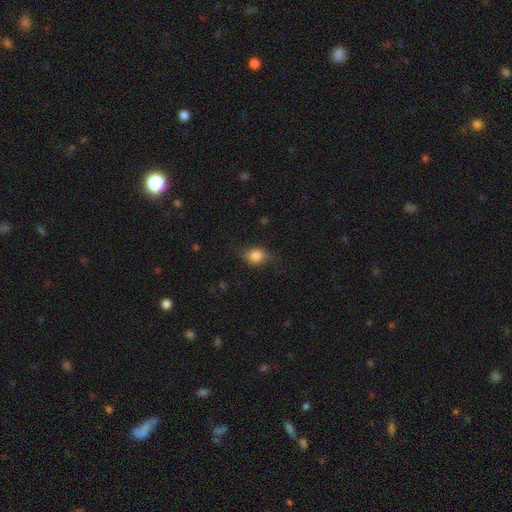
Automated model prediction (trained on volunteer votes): Smooth or featured? Predicted: smooth (p=0.76). How rounded? Predicted: in between (p=0.49, tied with round). Merging? Predicted: none (p=0.68).